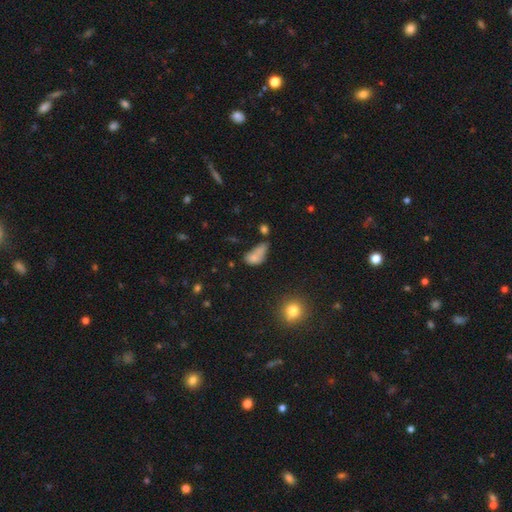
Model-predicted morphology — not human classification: Smooth or featured? Predicted: smooth (p=0.72). How rounded? Predicted: in between (p=0.82). Merging? Predicted: merger (p=0.28).